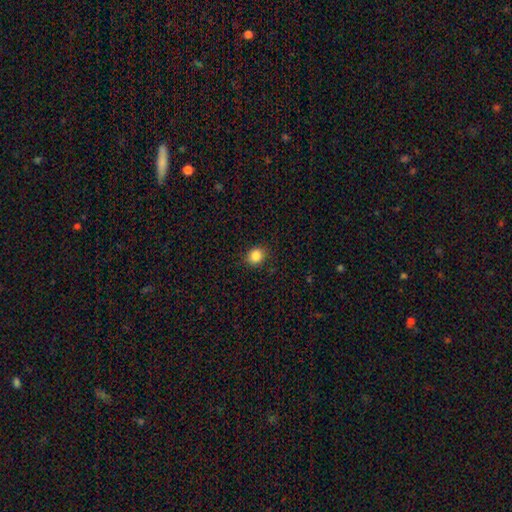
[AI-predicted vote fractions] A smooth galaxy with no disk features (86%) that is round (65%). Merging: none (89%).